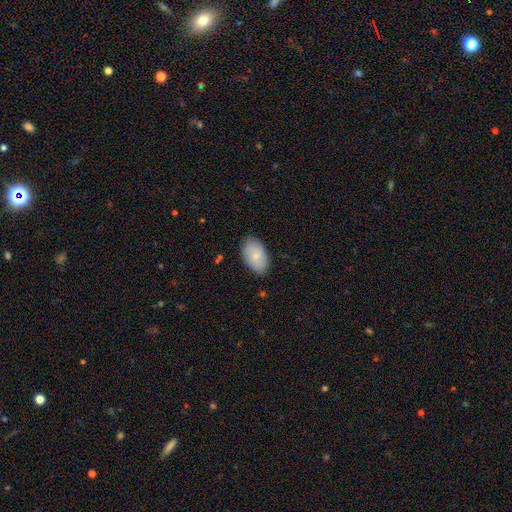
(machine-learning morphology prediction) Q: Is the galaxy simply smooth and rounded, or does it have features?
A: smooth — 81%.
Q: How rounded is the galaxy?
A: in between — 94%.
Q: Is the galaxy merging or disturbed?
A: none — 84%.